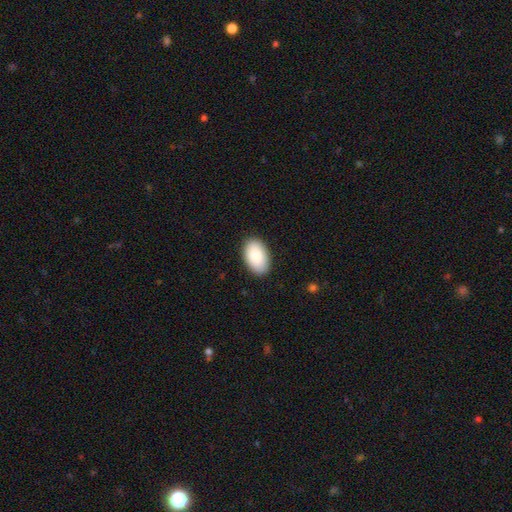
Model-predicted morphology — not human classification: The model was most divided on "merging": none: 88%, minor disturbance: 9%, major disturbance: 2%, merger: 1%. More confident: how rounded — in between (94%); smooth or featured — smooth (88%).